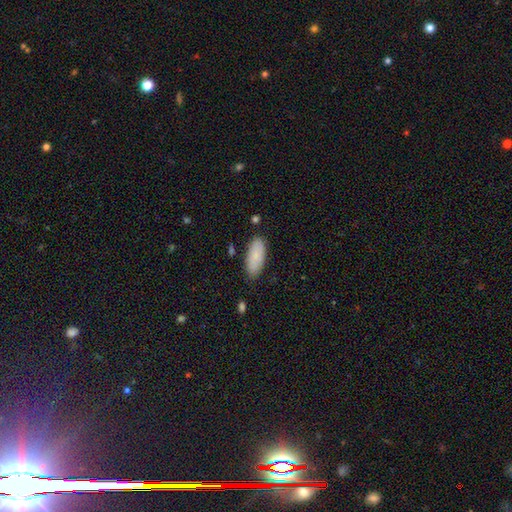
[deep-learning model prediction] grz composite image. It shows a smooth galaxy with no disk features (83%) that is in between round and cigar-shaped (86%). Merging: none (82%).